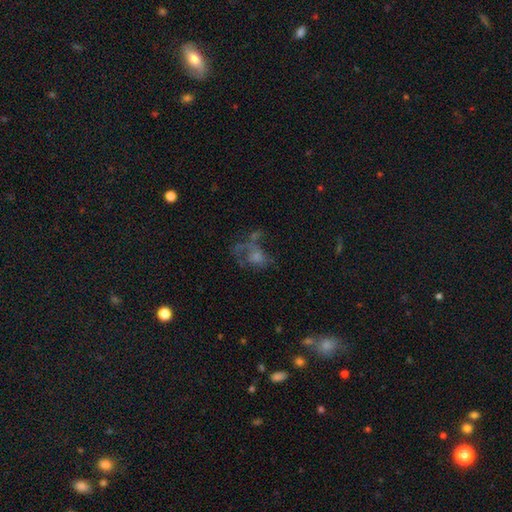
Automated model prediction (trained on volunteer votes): This is possibly a featured or disk galaxy (45%). Merging: marginally major disturbance (43%).